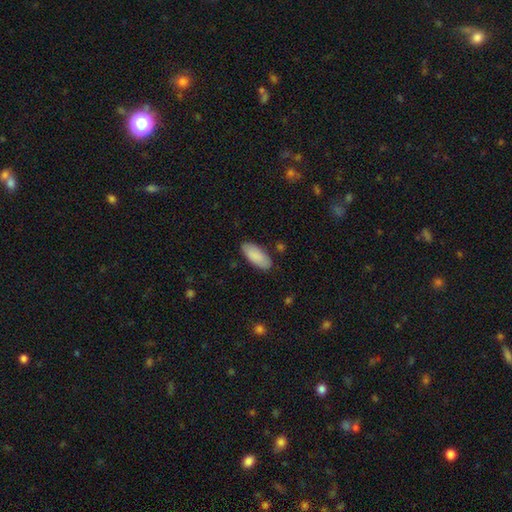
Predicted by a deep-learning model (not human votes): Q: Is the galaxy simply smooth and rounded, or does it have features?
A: smooth — 89%.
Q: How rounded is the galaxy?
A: in between — 85%.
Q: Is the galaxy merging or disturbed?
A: none — 85%.